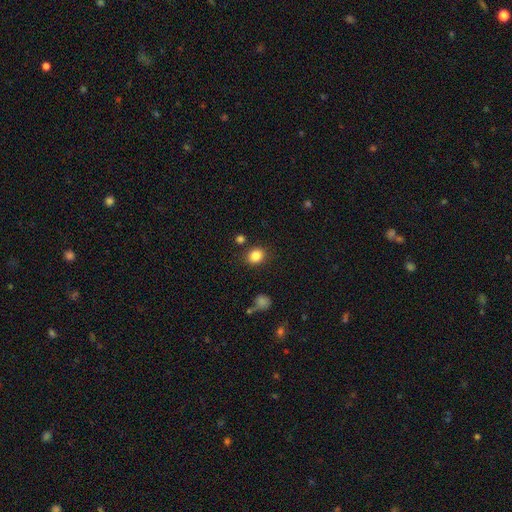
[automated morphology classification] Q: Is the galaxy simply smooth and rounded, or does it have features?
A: smooth — 85%.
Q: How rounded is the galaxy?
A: round — 65%.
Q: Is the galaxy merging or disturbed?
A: none — 83%.